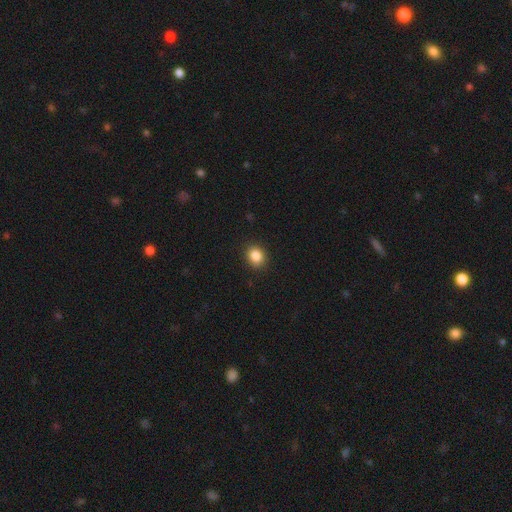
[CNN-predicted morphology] type=smooth (86%); roundness=round (65%); merging=none (90%).